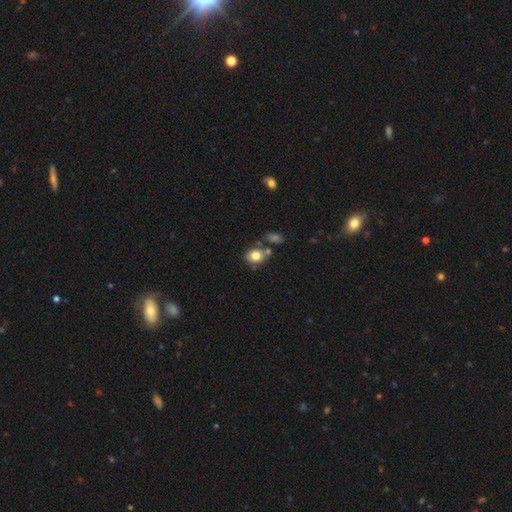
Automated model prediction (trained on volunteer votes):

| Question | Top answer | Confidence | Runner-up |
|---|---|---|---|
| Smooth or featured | smooth | 80% | featured or disk (11%) |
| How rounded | round | 56% | in between (43%) |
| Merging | none | 61% | merger (18%) |